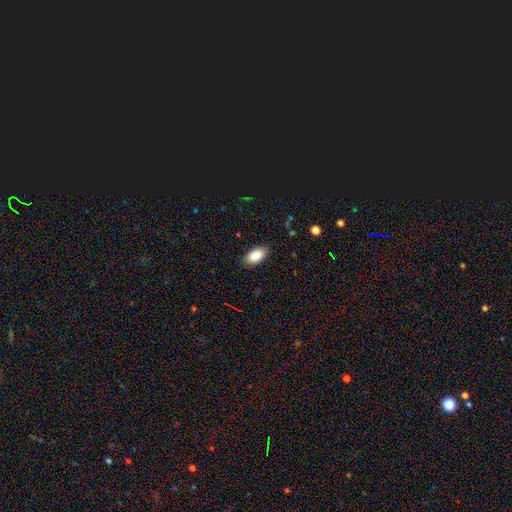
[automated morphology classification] This appears to be a smooth galaxy with no disk features (88%) that is in between round and cigar-shaped (94%). Merging: none (88%).